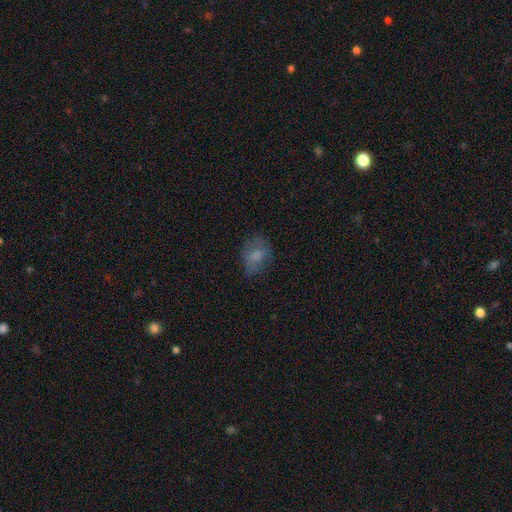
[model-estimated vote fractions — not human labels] smooth_or_featured: smooth (p=0.68) [alt: featured or disk p=0.21]
how_rounded: in between (p=0.65) [alt: round p=0.34]
merging: none (p=0.57) [alt: minor disturbance p=0.26]